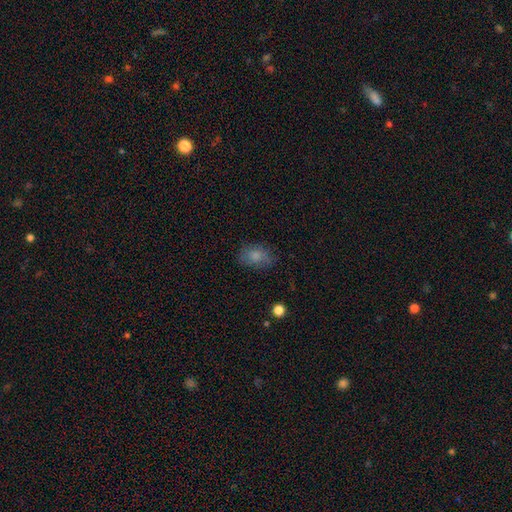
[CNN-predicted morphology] Smooth or featured? Predicted: smooth (p=0.79). How rounded? Predicted: in between (p=0.80). Merging? Predicted: none (p=0.67).